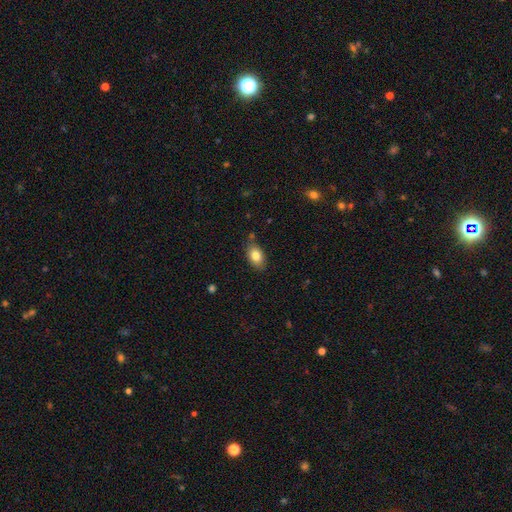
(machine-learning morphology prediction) A smooth galaxy with no disk features (81%) that is in between round and cigar-shaped (88%). Merging: none (77%).